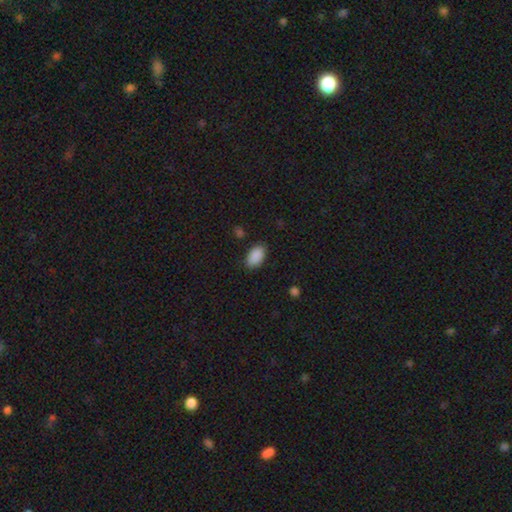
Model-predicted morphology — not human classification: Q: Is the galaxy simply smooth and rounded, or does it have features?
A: smooth — 90%.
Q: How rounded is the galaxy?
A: in between — 93%.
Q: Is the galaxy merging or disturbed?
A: none — 85%.